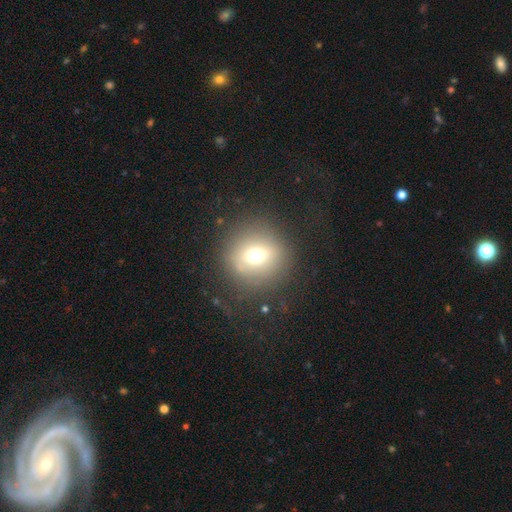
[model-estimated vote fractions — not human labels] Overall: smooth (65%). How rounded: round (89%). Merging: none (81%).